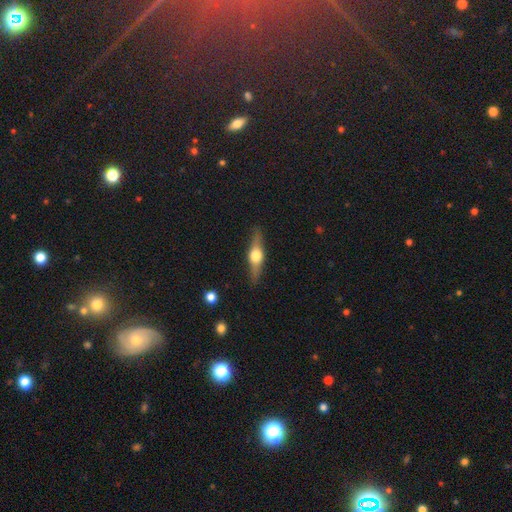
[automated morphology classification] The model was most divided on "smooth or featured": featured or disk: 67%, smooth: 27%, star or artifact: 6%. More confident: edge-on disk — yes (96%); edge-on bulge — rounded (96%); merging — none (88%).